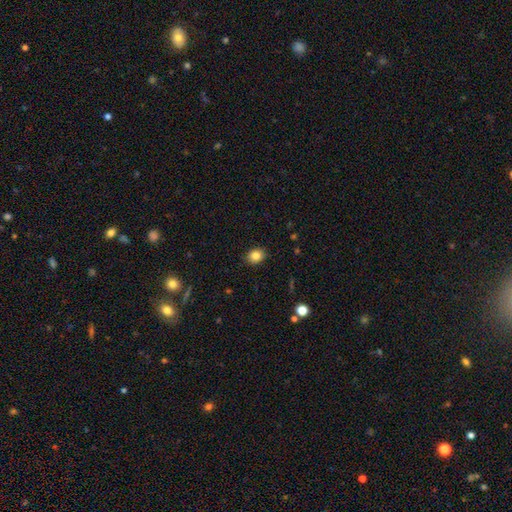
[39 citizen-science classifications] A smooth galaxy with no disk features (87%) that is round (65%).

Vote fractions:
- Smooth or featured? smooth: 87% / star or artifact: 13% / featured or disk: 0%
- How rounded? round: 65% / in between: 35% / cigar-shaped: 0%
- Merging? none: 85% / minor disturbance: 12% / major disturbance: 3% / merger: 0%